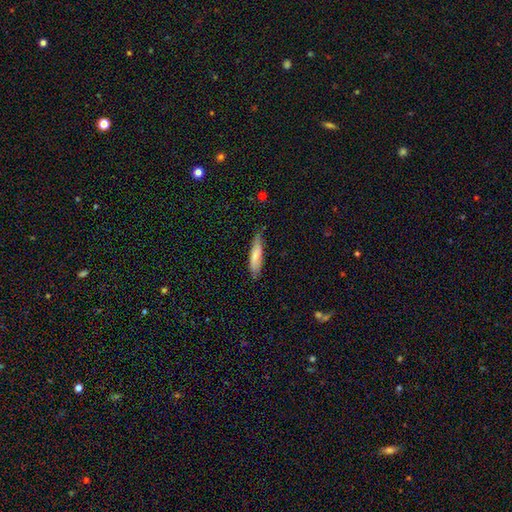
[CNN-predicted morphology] A smooth galaxy with no disk features (74%) that is cigar-shaped (72%). Merging: none (77%).